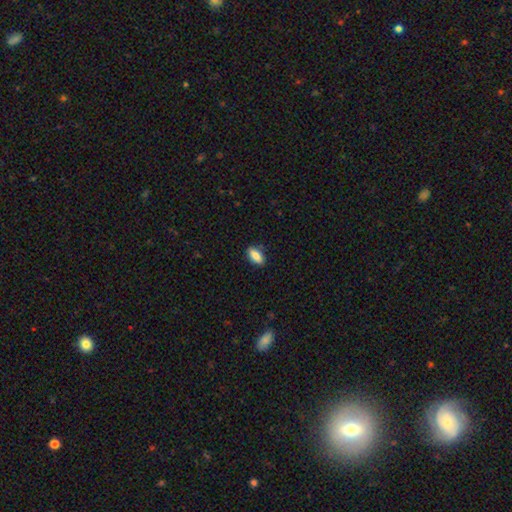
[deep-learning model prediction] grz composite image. It shows a smooth galaxy with no disk features (85%) that is in between round and cigar-shaped (88%). Merging: none (85%).